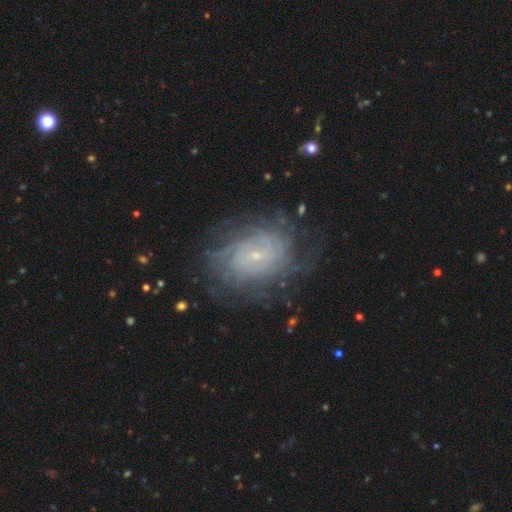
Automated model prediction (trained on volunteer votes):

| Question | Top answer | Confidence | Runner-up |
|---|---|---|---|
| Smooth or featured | featured or disk | 77% | smooth (14%) |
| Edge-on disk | no | 97% | yes (3%) |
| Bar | no | 69% | weak (26%) |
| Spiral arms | yes | 90% | no (10%) |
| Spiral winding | tight | 70% | medium (22%) |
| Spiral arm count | can't tell | 51% | more than 4 (13%) |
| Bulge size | small | 85% | moderate (11%) |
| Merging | none | 72% | minor disturbance (17%) |